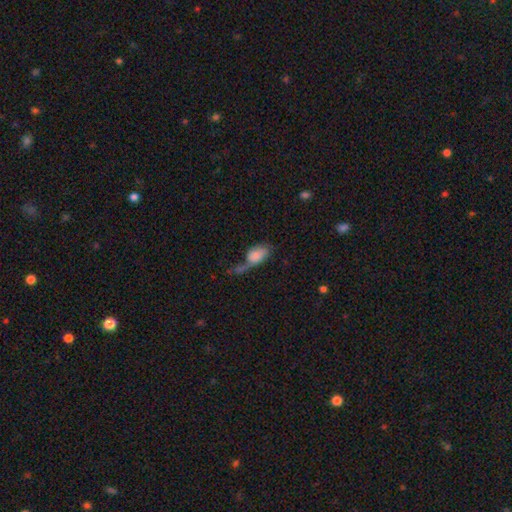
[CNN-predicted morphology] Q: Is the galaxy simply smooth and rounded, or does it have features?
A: smooth — 73%.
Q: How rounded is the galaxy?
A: in between — 88%.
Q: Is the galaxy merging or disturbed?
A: major disturbance — 34%.